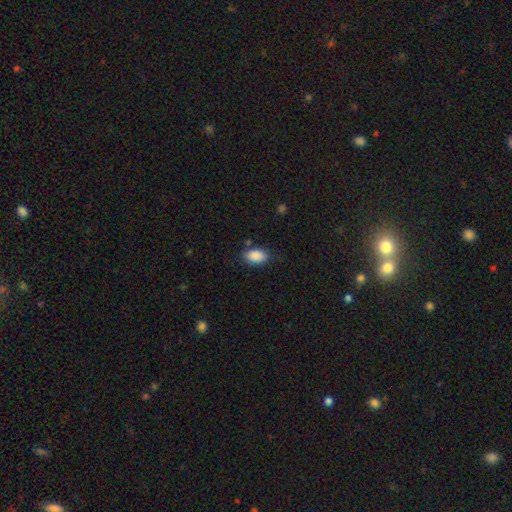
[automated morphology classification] smooth 89%, star or artifact 7%, featured or disk 4%. Down the decision tree: how rounded — in between (92%); merging — none (79%).